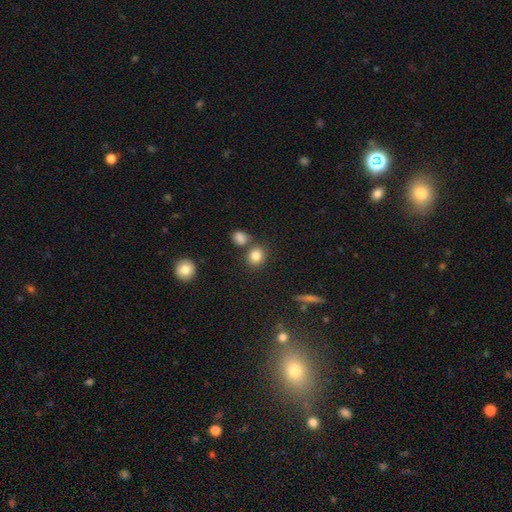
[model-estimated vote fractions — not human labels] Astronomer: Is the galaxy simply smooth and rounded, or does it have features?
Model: smooth — 83%.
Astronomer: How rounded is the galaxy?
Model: round — 72%.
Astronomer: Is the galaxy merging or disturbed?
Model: none — 68%.